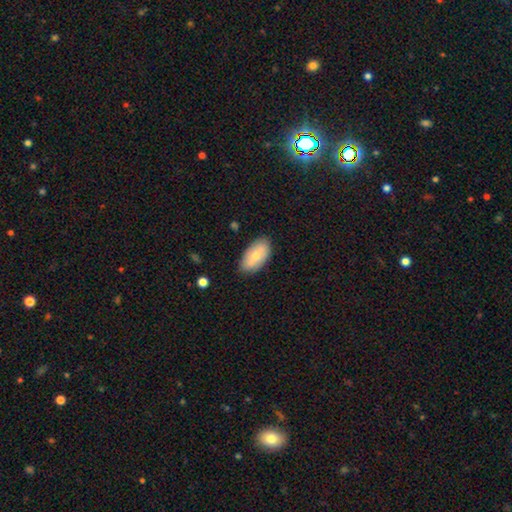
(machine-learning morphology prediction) Overall: smooth (71%). How rounded: in between (94%). Merging: none (84%).